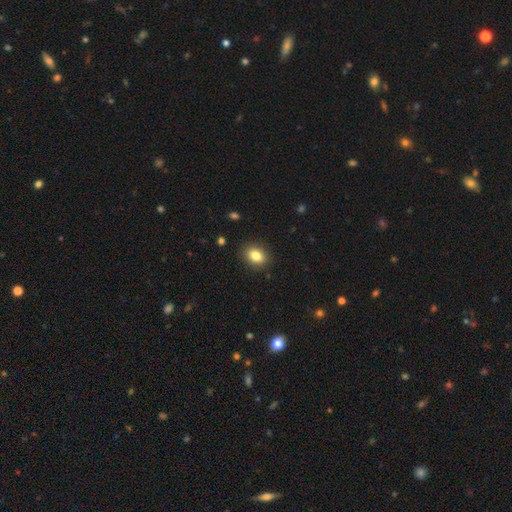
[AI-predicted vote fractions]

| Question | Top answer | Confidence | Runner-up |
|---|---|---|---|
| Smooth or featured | smooth | 84% | star or artifact (9%) |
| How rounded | in between | 68% | round (31%) |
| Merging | none | 88% | minor disturbance (9%) |